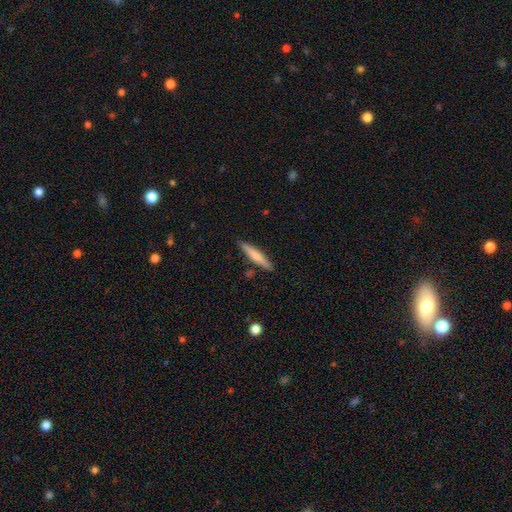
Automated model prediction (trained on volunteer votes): This is likely a smooth galaxy (65%). How rounded: clearly cigar-shaped (92%). Merging: clearly none (87%).